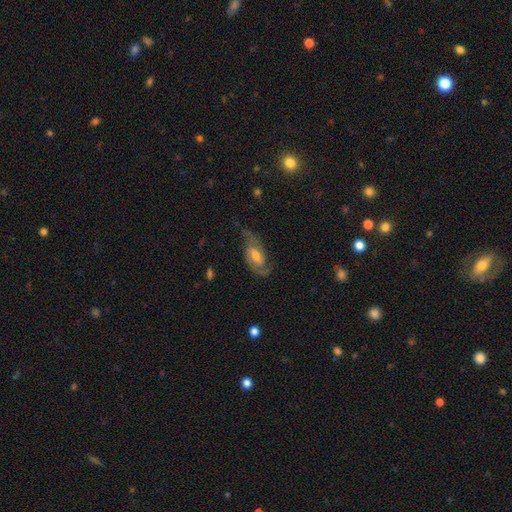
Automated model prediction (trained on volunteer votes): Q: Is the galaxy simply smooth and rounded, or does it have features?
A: featured or disk — 81%.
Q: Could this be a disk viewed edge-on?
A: no — 94%.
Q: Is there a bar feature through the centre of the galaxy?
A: weak — 48%.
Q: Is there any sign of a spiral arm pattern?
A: yes — 94%.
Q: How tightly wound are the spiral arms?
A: medium — 50%.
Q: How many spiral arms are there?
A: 2 — 87%.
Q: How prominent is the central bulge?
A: moderate — 53%.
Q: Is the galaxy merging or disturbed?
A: none — 71%.